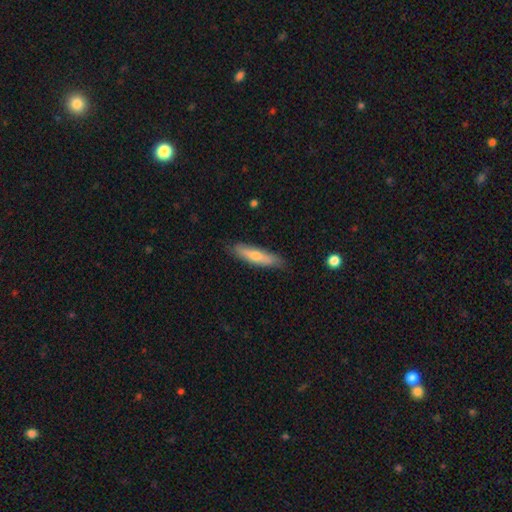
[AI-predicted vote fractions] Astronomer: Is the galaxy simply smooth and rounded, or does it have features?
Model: smooth — 54% (runner-up: featured or disk, 39%).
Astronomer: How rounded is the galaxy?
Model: cigar-shaped — 81%.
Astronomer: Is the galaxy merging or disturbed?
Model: none — 85%.